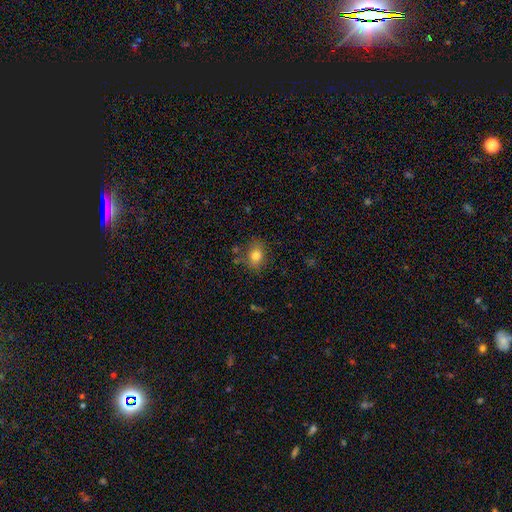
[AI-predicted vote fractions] A smooth galaxy with no disk features (80%) that is in between round and cigar-shaped (57%). Merging: none (76%).